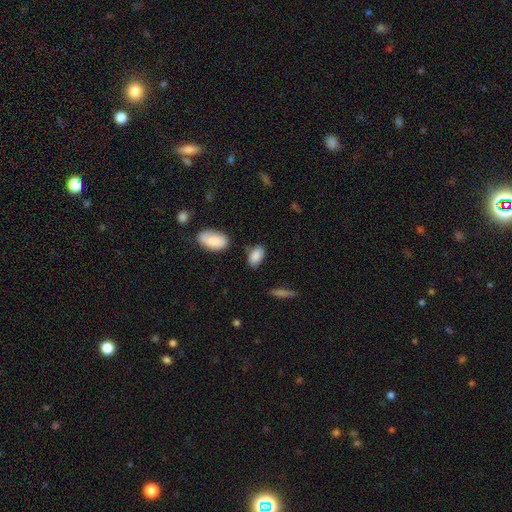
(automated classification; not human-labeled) Morphology: type=smooth (86%); roundness=in between (93%); merging=none (78%).